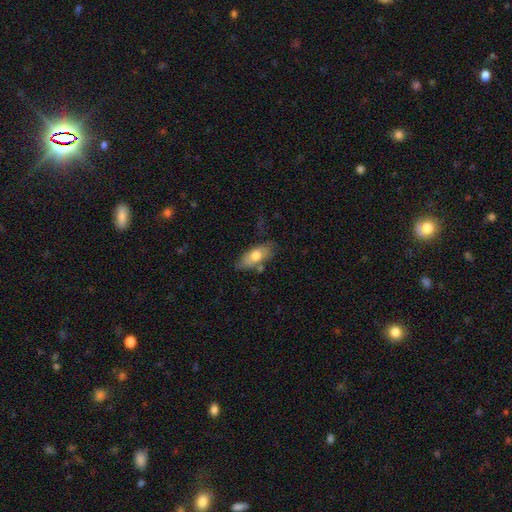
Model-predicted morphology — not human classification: smooth-or-featured: smooth: 68% | featured or disk: 26% | star or artifact: 6%
  how-rounded: in between: 84% | cigar-shaped: 12% | round: 4%
  merging: none: 67% | minor disturbance: 20% | merger: 7% | major disturbance: 5%